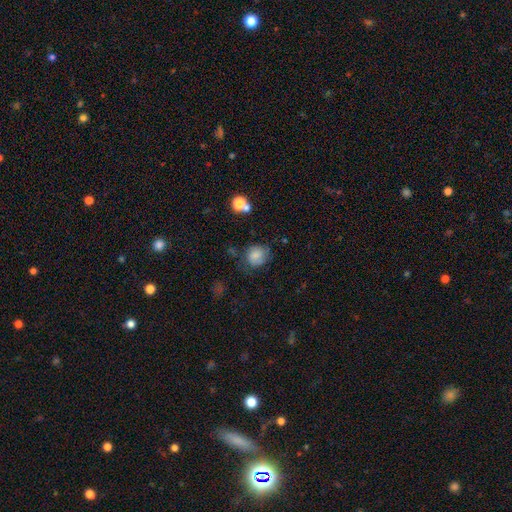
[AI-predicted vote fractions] Smooth or featured: smooth — 69% (featured or disk — 20%)
How rounded: round — 70% (in between — 29%)
Merging: none — 56% (minor disturbance — 27%)